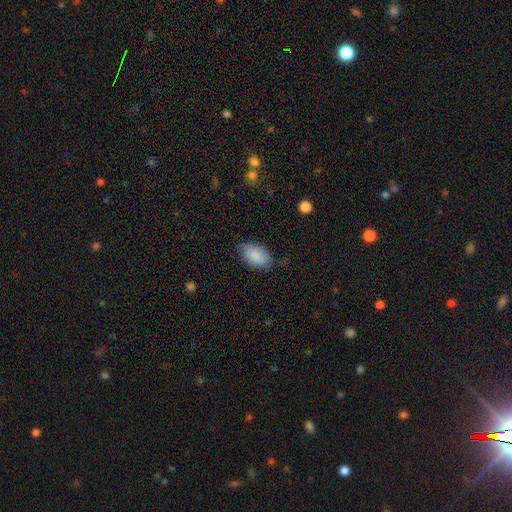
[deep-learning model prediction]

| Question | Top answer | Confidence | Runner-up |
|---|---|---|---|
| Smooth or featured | smooth | 86% | featured or disk (7%) |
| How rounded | in between | 92% | round (6%) |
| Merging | none | 72% | minor disturbance (22%) |